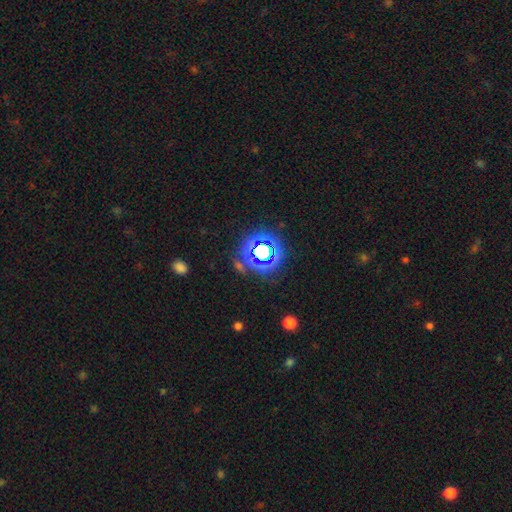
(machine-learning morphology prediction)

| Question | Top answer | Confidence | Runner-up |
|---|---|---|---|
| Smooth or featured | star or artifact | 73% | smooth (21%) |